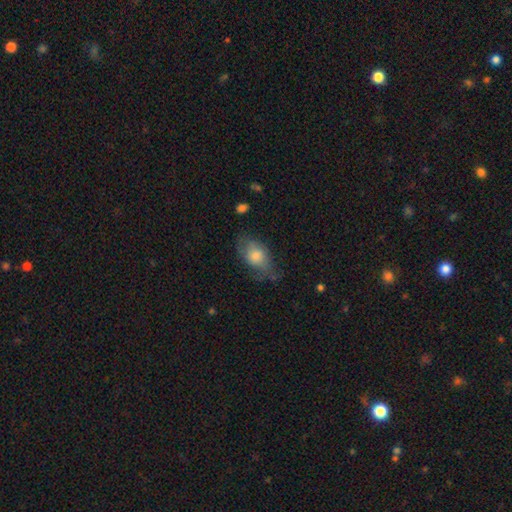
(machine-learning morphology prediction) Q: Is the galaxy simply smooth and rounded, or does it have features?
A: smooth — 61%.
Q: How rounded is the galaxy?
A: in between — 86%.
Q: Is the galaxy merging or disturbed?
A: none — 53%.